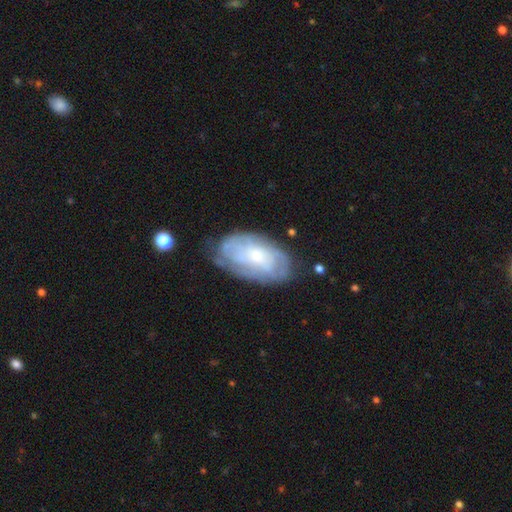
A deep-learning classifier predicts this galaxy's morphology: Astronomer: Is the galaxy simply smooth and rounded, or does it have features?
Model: featured or disk — 62%.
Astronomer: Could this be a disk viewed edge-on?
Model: no — 94%.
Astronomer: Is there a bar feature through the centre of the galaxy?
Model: no — 74%.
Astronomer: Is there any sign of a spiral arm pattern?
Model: yes — 74%.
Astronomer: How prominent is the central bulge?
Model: small — 48% (runner-up: moderate, 38%).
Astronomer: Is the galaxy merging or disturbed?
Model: none — 67%.